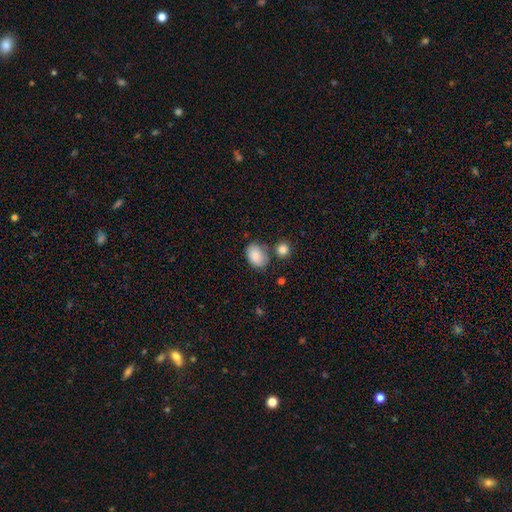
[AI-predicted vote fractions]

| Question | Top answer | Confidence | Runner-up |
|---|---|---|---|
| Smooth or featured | smooth | 86% | featured or disk (7%) |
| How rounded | in between | 84% | round (15%) |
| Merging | none | 65% | minor disturbance (20%) |